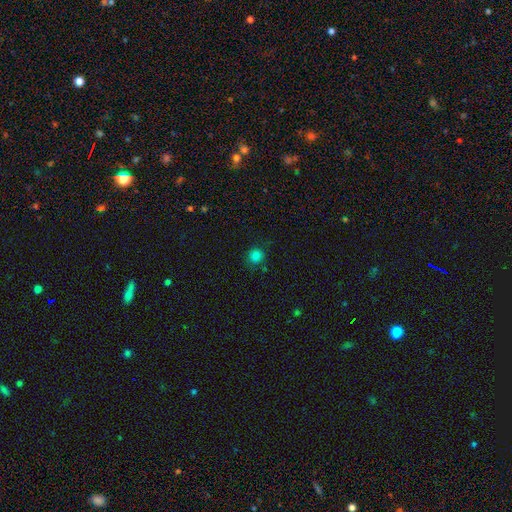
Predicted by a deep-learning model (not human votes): A smooth galaxy with no disk features (81%) that is round (91%). Merging: none (83%).